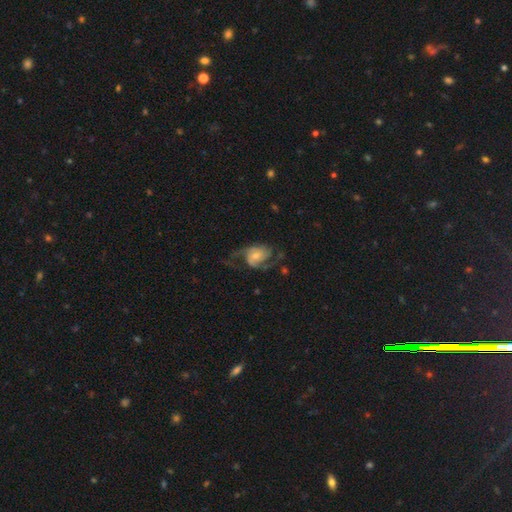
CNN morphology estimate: Smooth or featured? featured or disk (75%)
Edge-on disk? no (97%)
Bar? no (58%)
Spiral arms? yes (92%)
Spiral winding? loose (48%)
Spiral arm count? 2 (78%)
Bulge size? small (46%)
Merging? none (46%)